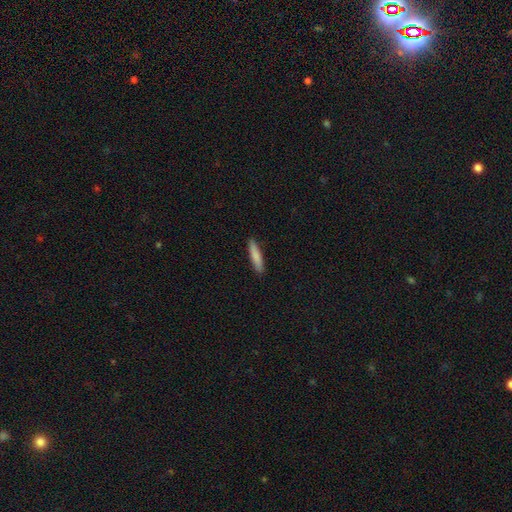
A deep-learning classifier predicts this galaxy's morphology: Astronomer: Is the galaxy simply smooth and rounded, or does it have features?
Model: smooth — 84%.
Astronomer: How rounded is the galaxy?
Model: cigar-shaped — 87%.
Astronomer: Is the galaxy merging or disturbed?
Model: none — 91%.